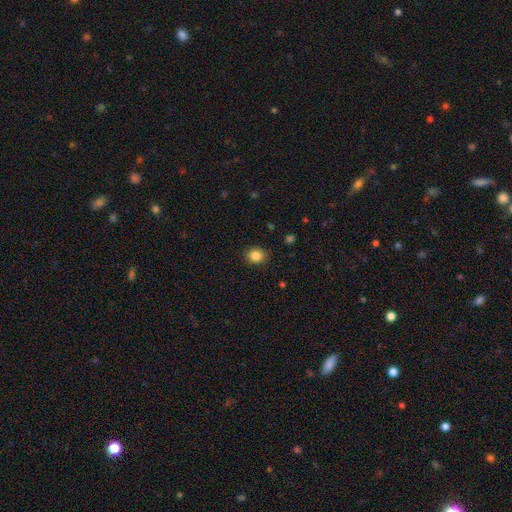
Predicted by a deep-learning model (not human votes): smooth 85%, star or artifact 10%, featured or disk 4%. Down the decision tree: how rounded — round (74%); merging — none (89%).